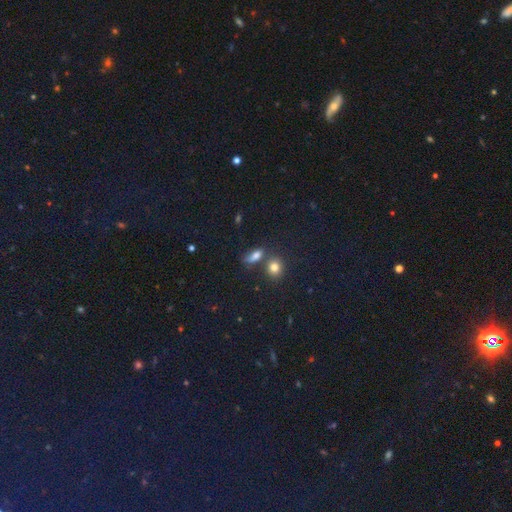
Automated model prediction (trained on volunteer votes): Smooth or featured? smooth (71%)
How rounded? in between (66%)
Merging? none (59%)